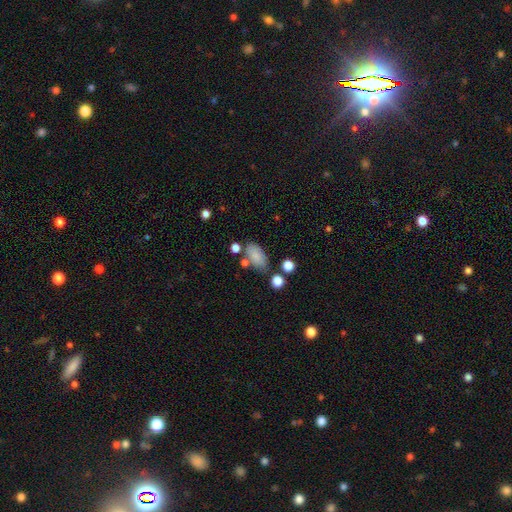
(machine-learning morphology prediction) smooth 82%, featured or disk 10%, star or artifact 8%. Down the decision tree: how rounded — in between (92%); merging — none (69%).